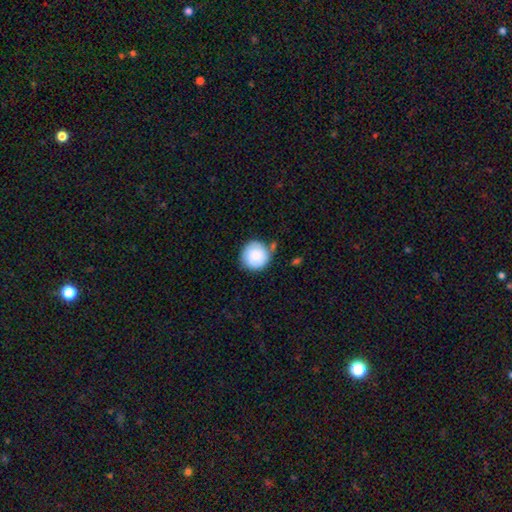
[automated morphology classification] Q: Smooth or featured?
A: smooth (82%); runner-up: featured or disk (11%)
Q: How rounded?
A: round (94%); runner-up: in between (5%)
Q: Merging?
A: none (74%); runner-up: minor disturbance (16%)